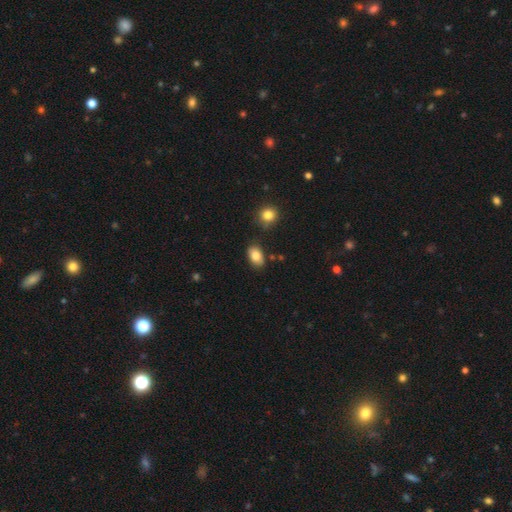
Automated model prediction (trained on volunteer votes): Overall: smooth (85%). How rounded: in between (88%). Merging: none (81%).